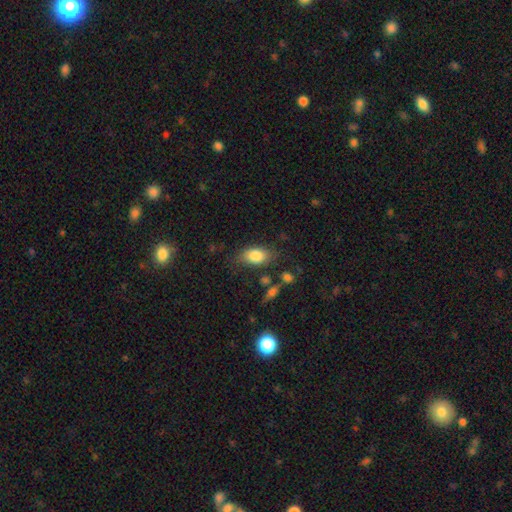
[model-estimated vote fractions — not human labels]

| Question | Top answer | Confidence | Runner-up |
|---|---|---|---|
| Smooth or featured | smooth | 82% | featured or disk (10%) |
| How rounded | in between | 87% | round (9%) |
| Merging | none | 70% | minor disturbance (19%) |